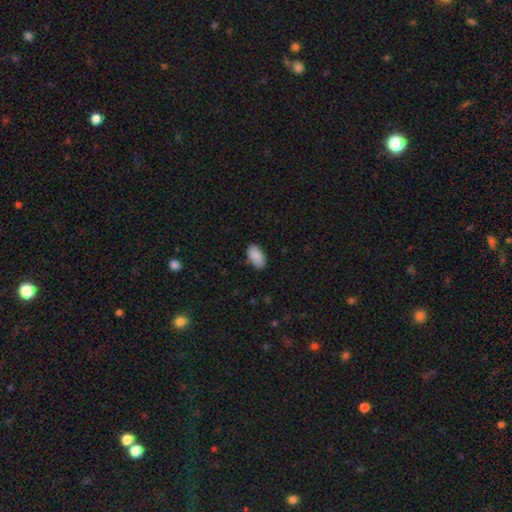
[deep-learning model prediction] This is clearly a smooth galaxy (89%). How rounded: clearly in between (95%). Merging: clearly none (80%).